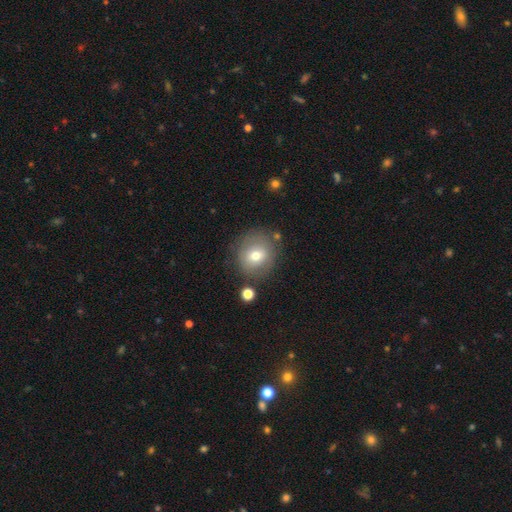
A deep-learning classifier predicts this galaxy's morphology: This is likely a smooth galaxy (68%). How rounded: clearly round (80%). Merging: likely none (75%).